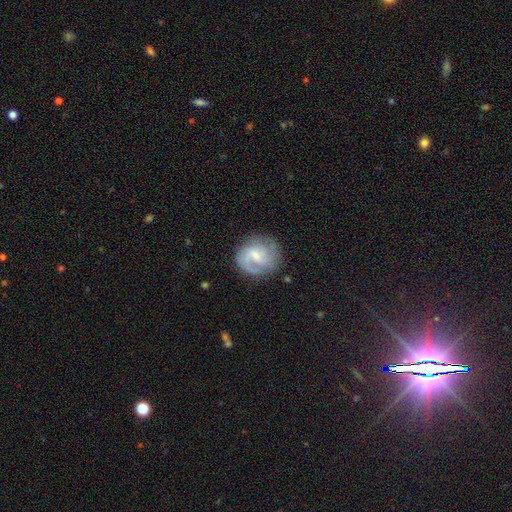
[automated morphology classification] Smooth or featured? Predicted: featured or disk (p=0.66). Edge-on disk? Predicted: no (p=0.98). Bar? Predicted: weak (p=0.56). Spiral arms? Predicted: yes (p=0.87). Spiral winding? Predicted: medium (p=0.42). Spiral arm count? Predicted: 2 (p=0.47). Bulge size? Predicted: small (p=0.58). Merging? Predicted: none (p=0.72).